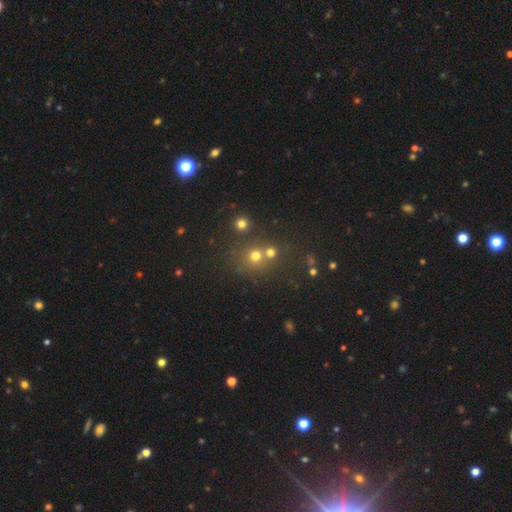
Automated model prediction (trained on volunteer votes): Overall: smooth (47%; star or artifact 43%). Merging: none (61%; merger 27%).